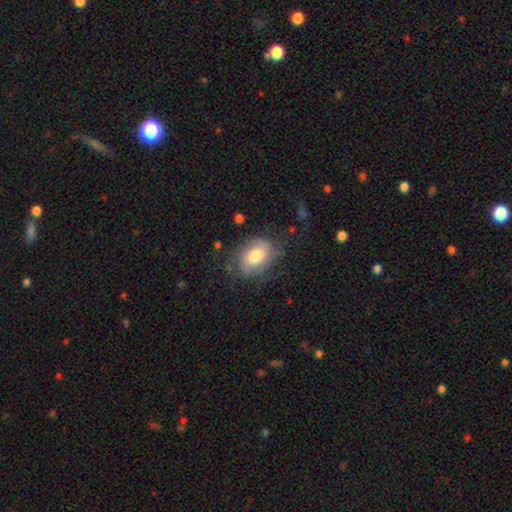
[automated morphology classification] This appears to be a smooth galaxy with no disk features (50%) that is in between round and cigar-shaped (77%). Merging: none (64%).